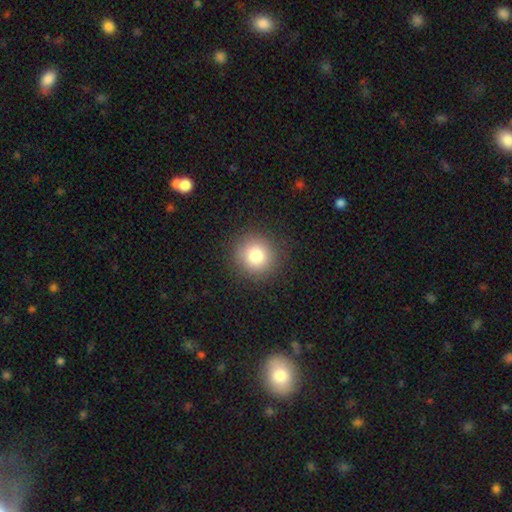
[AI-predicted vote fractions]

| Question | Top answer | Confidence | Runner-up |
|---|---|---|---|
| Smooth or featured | smooth | 81% | star or artifact (11%) |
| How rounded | round | 93% | in between (6%) |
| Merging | none | 89% | minor disturbance (7%) |